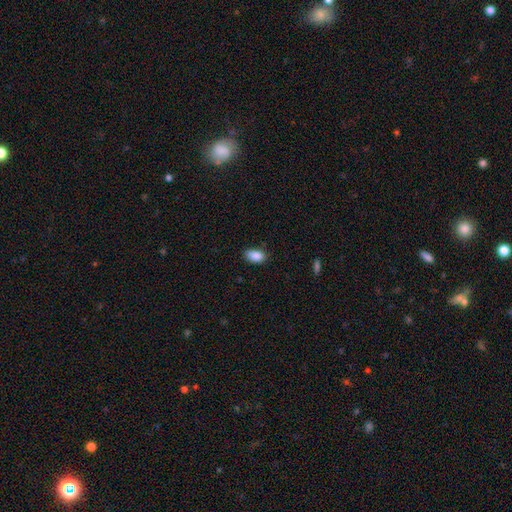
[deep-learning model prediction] Smooth or featured? Predicted: smooth (p=0.88). How rounded? Predicted: in between (p=0.91). Merging? Predicted: none (p=0.79).